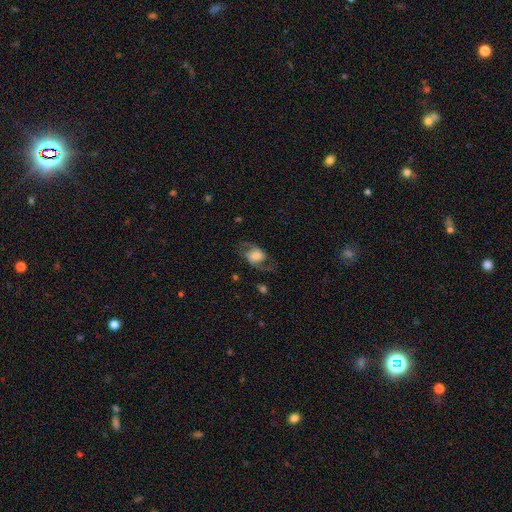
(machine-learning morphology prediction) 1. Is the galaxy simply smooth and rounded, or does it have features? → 59% featured or disk, 32% smooth, 9% star or artifact.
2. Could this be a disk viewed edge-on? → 95% no, 5% yes.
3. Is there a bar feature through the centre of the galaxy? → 58% no, 32% weak, 10% strong.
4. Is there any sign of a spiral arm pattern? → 87% yes, 13% no.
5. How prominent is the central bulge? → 39% moderate, 26% large, 23% small, 7% dominant, 5% none.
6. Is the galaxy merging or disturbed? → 64% none, 18% minor disturbance, 17% major disturbance, 2% merger.